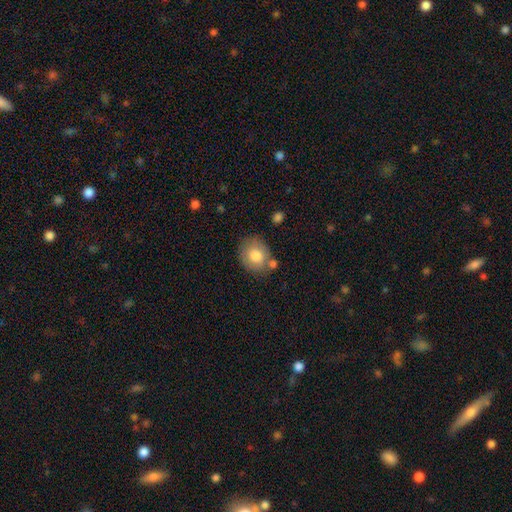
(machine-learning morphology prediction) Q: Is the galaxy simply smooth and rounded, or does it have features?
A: smooth — 77%.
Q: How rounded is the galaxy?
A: round — 61%.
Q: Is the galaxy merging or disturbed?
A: none — 69%.